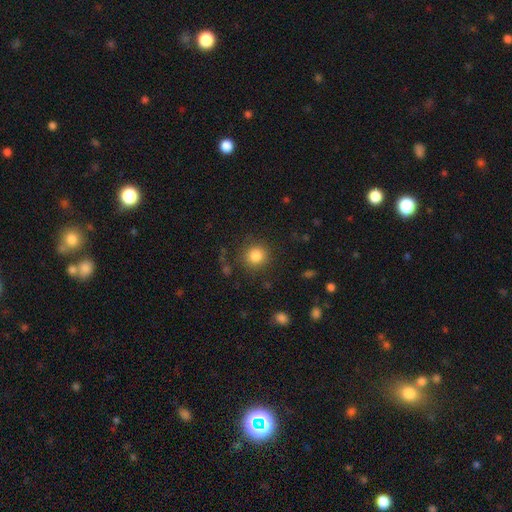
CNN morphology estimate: smooth-or-featured: smooth: 83% | star or artifact: 11% | featured or disk: 6%
  how-rounded: round: 91% | in between: 8% | cigar-shaped: 1%
  merging: none: 86% | minor disturbance: 9% | major disturbance: 4% | merger: 2%